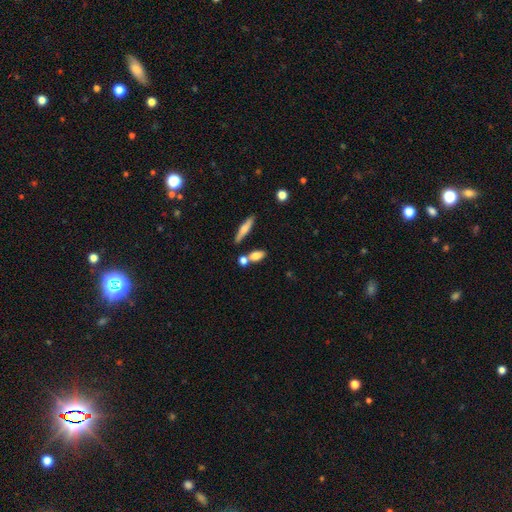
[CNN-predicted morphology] Smooth or featured? Predicted: smooth (p=0.74). How rounded? Predicted: in between (p=0.65). Merging? Predicted: none (p=0.57).